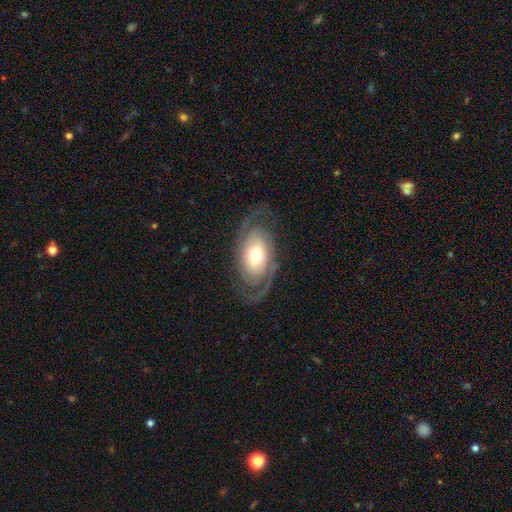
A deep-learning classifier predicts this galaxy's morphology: A featured or disk galaxy (76%) with no bar (72%), 2 (80%) tight (43%) spiral arms (87%) and a moderate central bulge (61%). Merging: none (73%).